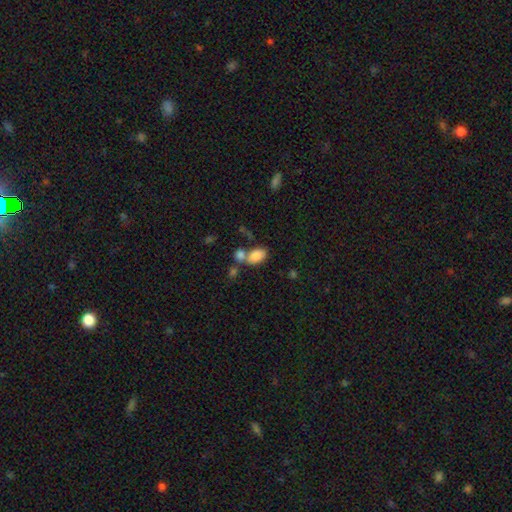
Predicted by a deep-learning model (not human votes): Smooth or featured?
  - smooth: 83% *
  - star or artifact: 9%
  - featured or disk: 8%
How rounded?
  - in between: 91% *
  - round: 8%
  - cigar-shaped: 2%
Merging?
  - merger: 41% * (tied)
  - none: 41% * (tied)
  - minor disturbance: 12%
  - major disturbance: 6%